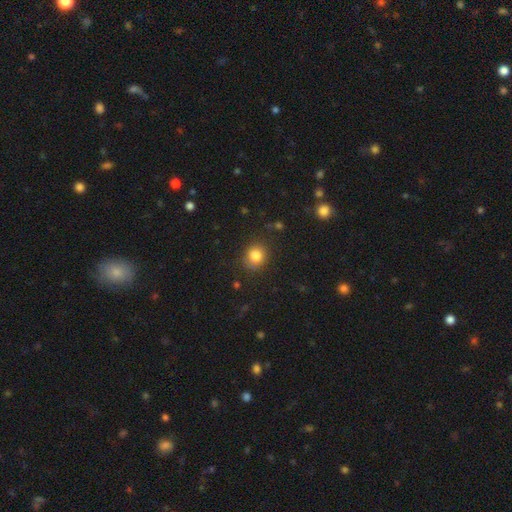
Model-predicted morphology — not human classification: smooth-or-featured: smooth: 83% | star or artifact: 11% | featured or disk: 6%
  how-rounded: round: 79% | in between: 20% | cigar-shaped: 1%
  merging: none: 82% | minor disturbance: 13% | major disturbance: 4% | merger: 2%